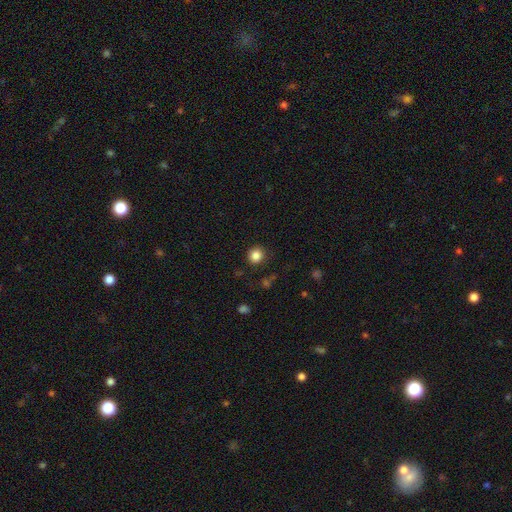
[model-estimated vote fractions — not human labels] Smooth or featured?
  - smooth: 85% *
  - star or artifact: 11%
  - featured or disk: 4%
How rounded?
  - round: 90% *
  - in between: 9%
  - cigar-shaped: 1%
Merging?
  - none: 89% *
  - minor disturbance: 7%
  - major disturbance: 2%
  - merger: 2%